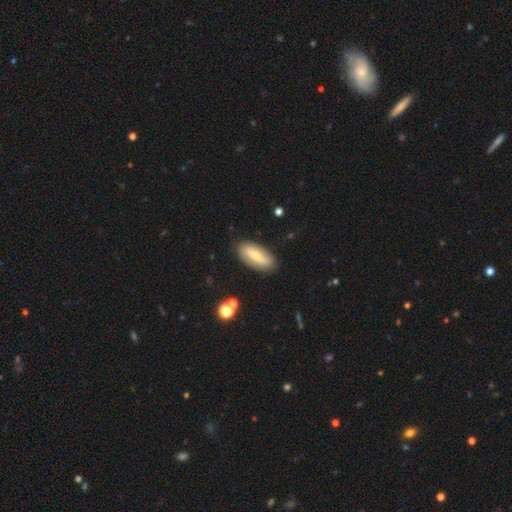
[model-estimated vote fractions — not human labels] A smooth galaxy with no disk features (56%) that is in between round and cigar-shaped (80%). Merging: none (84%).